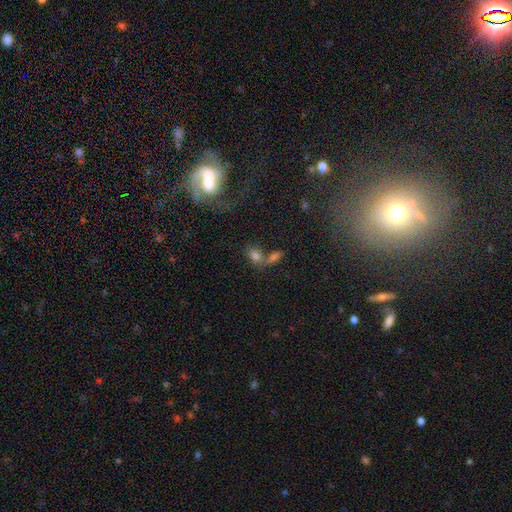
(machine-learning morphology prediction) smooth-or-featured: smooth: 71% | star or artifact: 15% | featured or disk: 14%
  how-rounded: in between: 76% | round: 20% | cigar-shaped: 4%
  merging: merger: 48% | none: 36% | minor disturbance: 10% | major disturbance: 6%